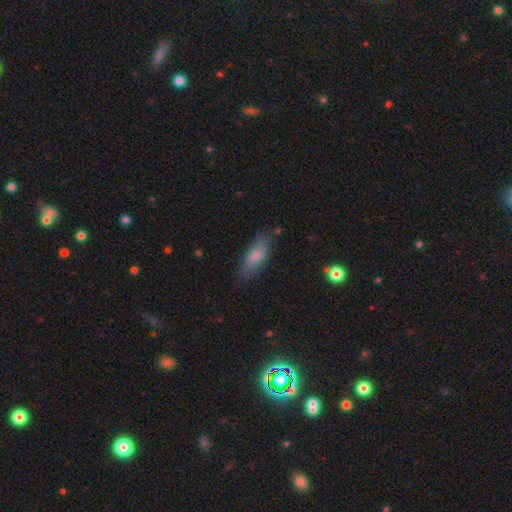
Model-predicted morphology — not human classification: smooth-or-featured: smooth: 81% | featured or disk: 13% | star or artifact: 7%
  how-rounded: in between: 70% | cigar-shaped: 28% | round: 2%
  merging: none: 75% | minor disturbance: 18% | major disturbance: 5% | merger: 2%